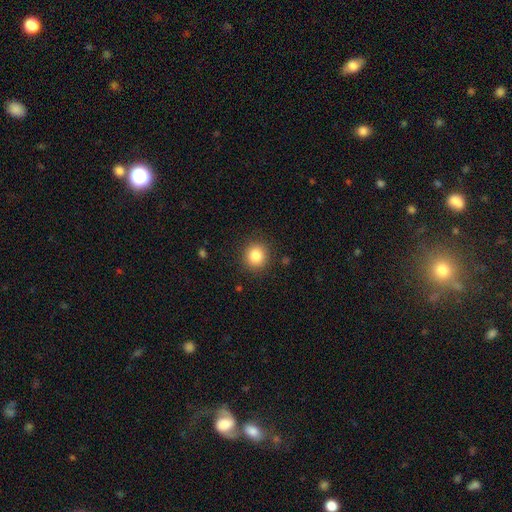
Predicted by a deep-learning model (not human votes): smooth 84%, star or artifact 11%, featured or disk 6%. Down the decision tree: how rounded — round (90%); merging — none (89%).